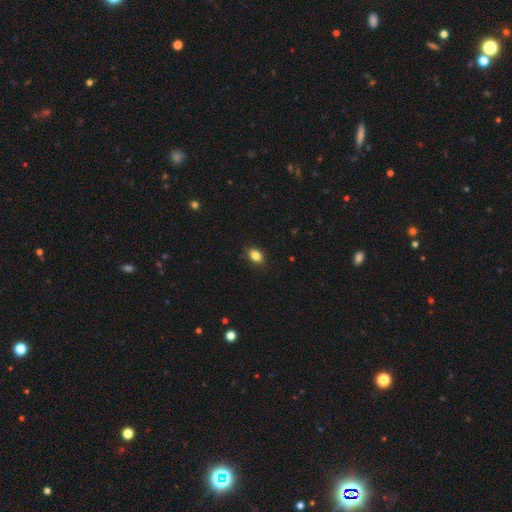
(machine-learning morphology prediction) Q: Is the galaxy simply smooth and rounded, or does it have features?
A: smooth — 84%.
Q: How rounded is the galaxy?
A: in between — 76%.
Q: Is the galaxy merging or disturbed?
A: none — 84%.